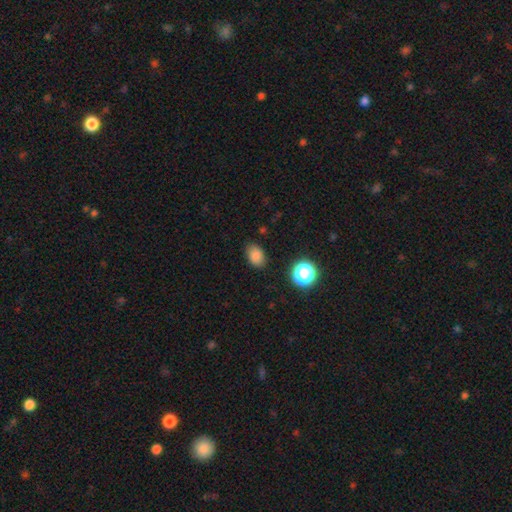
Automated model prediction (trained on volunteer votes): Smooth or featured? smooth (82%)
How rounded? in between (75%)
Merging? none (82%)